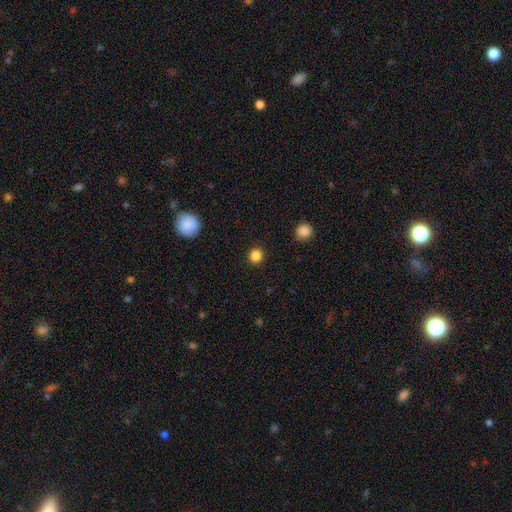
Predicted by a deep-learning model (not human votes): Smooth or featured?
  - smooth: 85% *
  - star or artifact: 12%
  - featured or disk: 4%
How rounded?
  - round: 91% *
  - in between: 8%
  - cigar-shaped: 1%
Merging?
  - none: 91% *
  - minor disturbance: 5%
  - major disturbance: 2%
  - merger: 1%